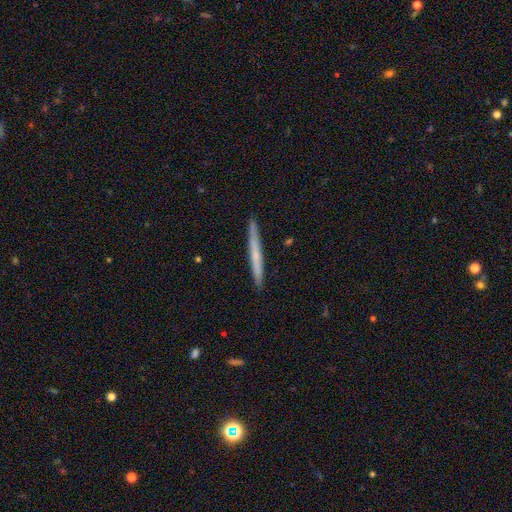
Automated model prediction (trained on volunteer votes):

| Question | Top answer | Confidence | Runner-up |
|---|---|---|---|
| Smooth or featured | smooth | 50% | featured or disk (44%) |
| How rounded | cigar-shaped | 97% | in between (2%) |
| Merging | none | 92% | minor disturbance (6%) |